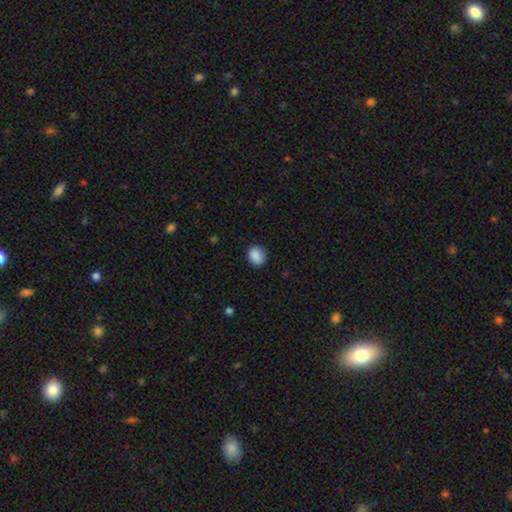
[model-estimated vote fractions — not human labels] Smooth or featured? Predicted: smooth (p=0.89). How rounded? Predicted: round (p=0.62). Merging? Predicted: none (p=0.85).